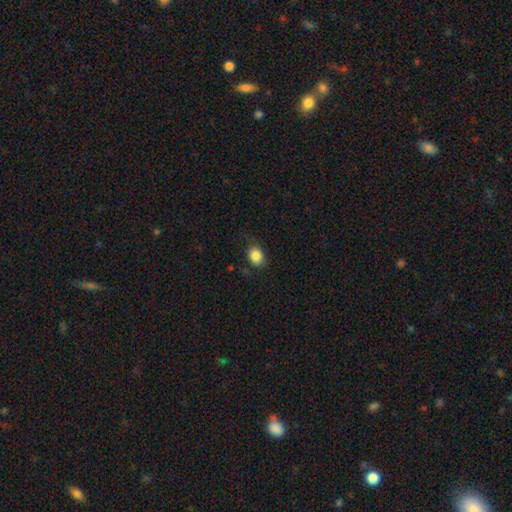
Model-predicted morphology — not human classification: smooth 85%, star or artifact 9%, featured or disk 6%. Down the decision tree: how rounded — in between (55%); merging — none (72%).